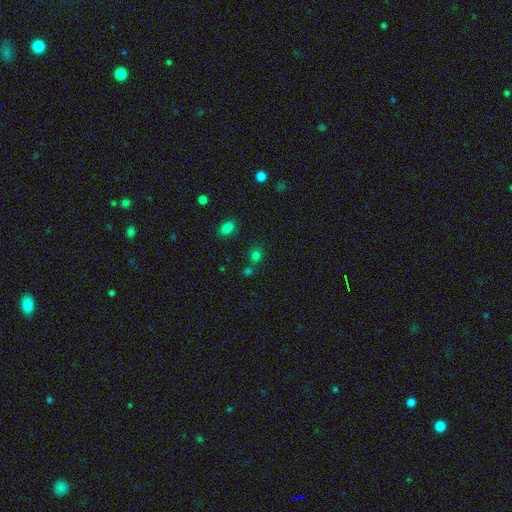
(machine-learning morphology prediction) The model was most divided on "merging": none: 65%, merger: 21%, minor disturbance: 10%, major disturbance: 4%. More confident: how rounded — round (76%); smooth or featured — smooth (72%).